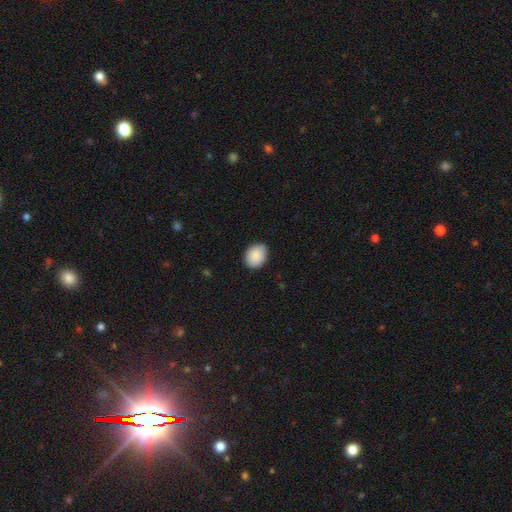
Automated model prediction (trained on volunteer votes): A smooth galaxy with no disk features (89%) that is in between round and cigar-shaped (60%). Merging: none (82%).